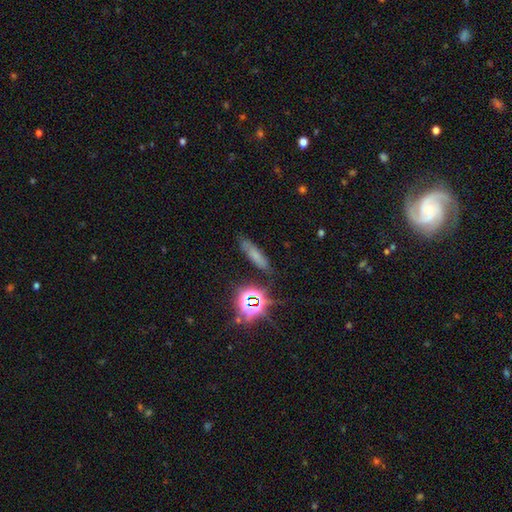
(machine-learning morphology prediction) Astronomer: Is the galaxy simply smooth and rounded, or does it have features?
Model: smooth — 53%.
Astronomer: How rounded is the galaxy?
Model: cigar-shaped — 65%.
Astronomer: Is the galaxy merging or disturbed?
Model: none — 75%.